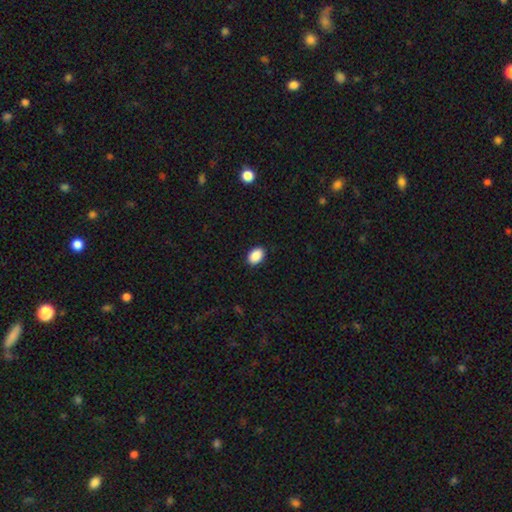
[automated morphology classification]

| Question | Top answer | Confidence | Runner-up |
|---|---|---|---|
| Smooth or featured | smooth | 90% | star or artifact (8%) |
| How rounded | in between | 82% | round (17%) |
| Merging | none | 90% | minor disturbance (7%) |